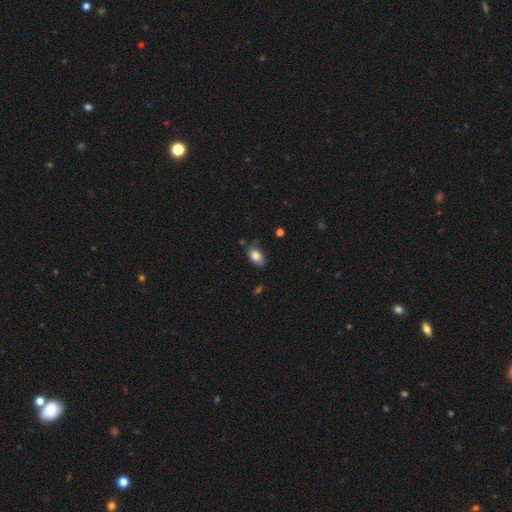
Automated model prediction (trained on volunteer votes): Overall: smooth (81%). How rounded: in between (88%). Merging: none (66%).